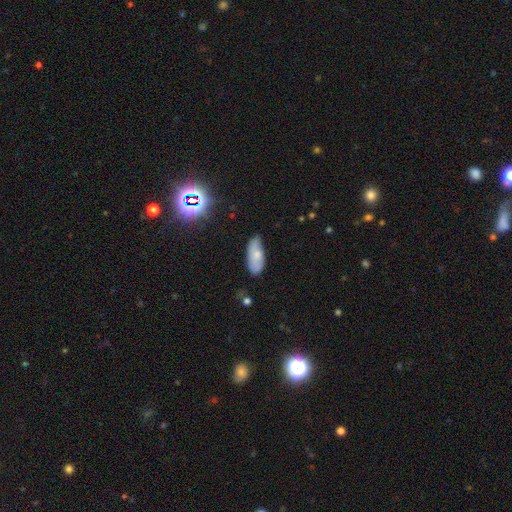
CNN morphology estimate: type=smooth (68%); roundness=in between (85%); merging=none (59%).